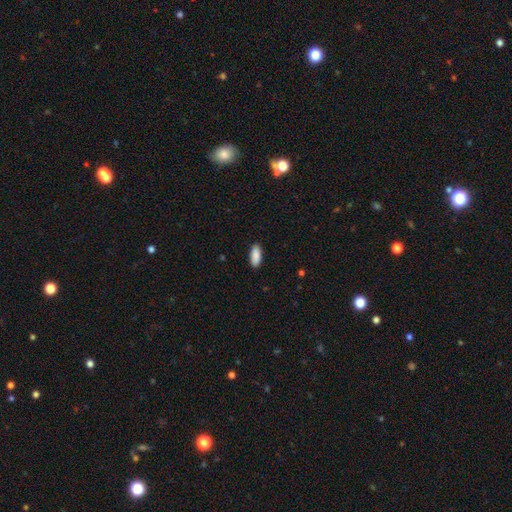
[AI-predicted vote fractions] Smooth or featured?
  - smooth: 90% *
  - star or artifact: 6%
  - featured or disk: 4%
How rounded?
  - in between: 82% *
  - cigar-shaped: 16%
  - round: 2%
Merging?
  - none: 90% *
  - minor disturbance: 8%
  - major disturbance: 2%
  - merger: 1%